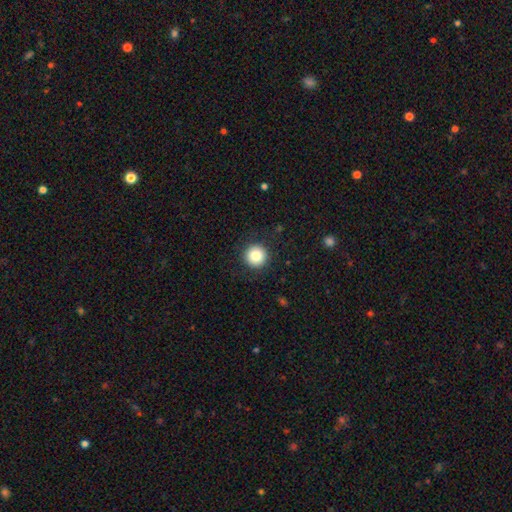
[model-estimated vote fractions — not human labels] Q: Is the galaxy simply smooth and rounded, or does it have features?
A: smooth — 84%.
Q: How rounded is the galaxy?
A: round — 96%.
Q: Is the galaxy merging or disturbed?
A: none — 91%.